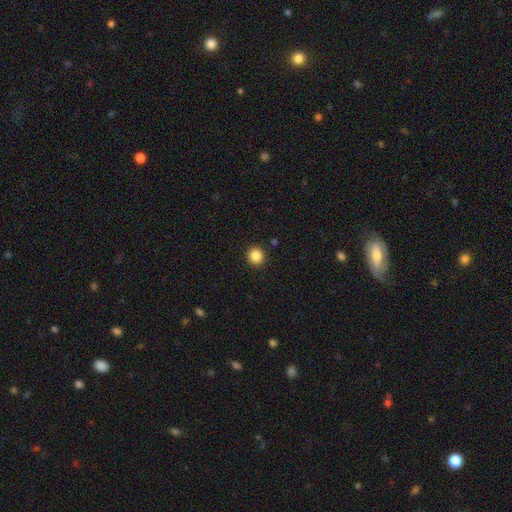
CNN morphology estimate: smooth-or-featured: smooth: 86% | star or artifact: 10% | featured or disk: 4%
  how-rounded: round: 91% | in between: 8% | cigar-shaped: 1%
  merging: none: 92% | minor disturbance: 5% | major disturbance: 2% | merger: 1%